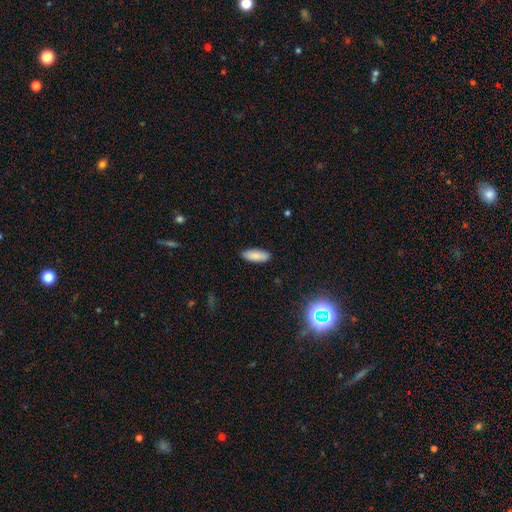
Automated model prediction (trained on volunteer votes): smooth_or_featured: smooth (p=0.86) [alt: star or artifact p=0.08]
how_rounded: in between (p=0.70) [alt: cigar-shaped p=0.28]
merging: none (p=0.88) [alt: minor disturbance p=0.09]